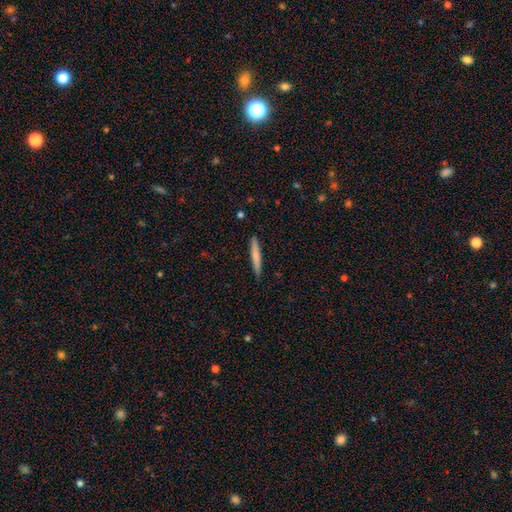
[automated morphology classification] This is likely a smooth galaxy (72%). How rounded: clearly cigar-shaped (95%). Merging: clearly none (90%).